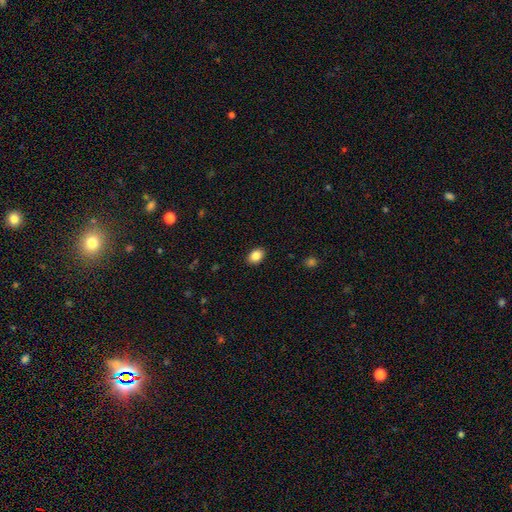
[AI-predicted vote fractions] Overall: smooth (88%). How rounded: in between (73%). Merging: none (90%).